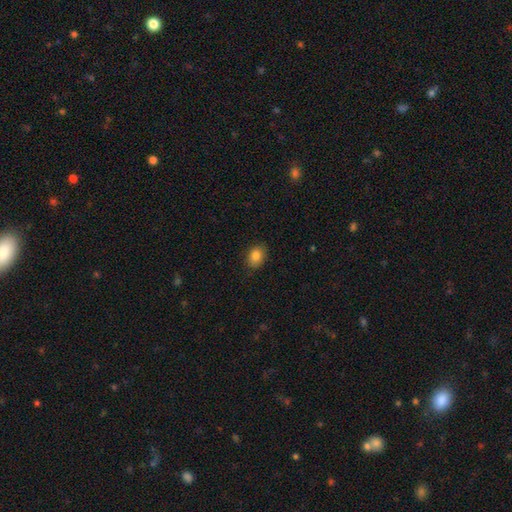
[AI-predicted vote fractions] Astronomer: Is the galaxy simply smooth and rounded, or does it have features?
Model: smooth — 85%.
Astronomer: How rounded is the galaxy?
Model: in between — 65%.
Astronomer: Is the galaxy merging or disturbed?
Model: none — 85%.